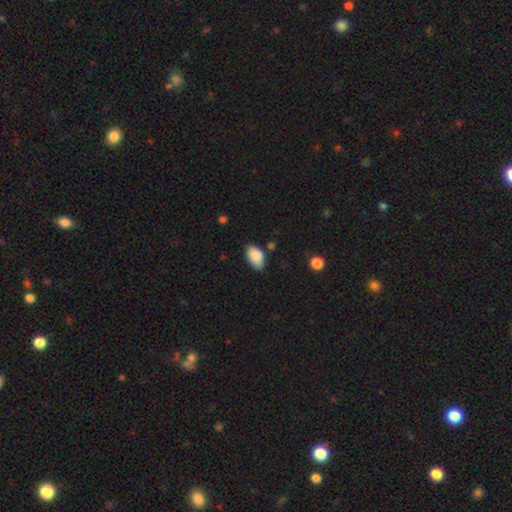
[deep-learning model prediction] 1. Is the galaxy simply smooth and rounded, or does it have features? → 88% smooth, 7% star or artifact, 5% featured or disk.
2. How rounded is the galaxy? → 93% in between, 5% round, 2% cigar-shaped.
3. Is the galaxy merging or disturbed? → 73% none, 21% minor disturbance, 3% major disturbance, 3% merger.